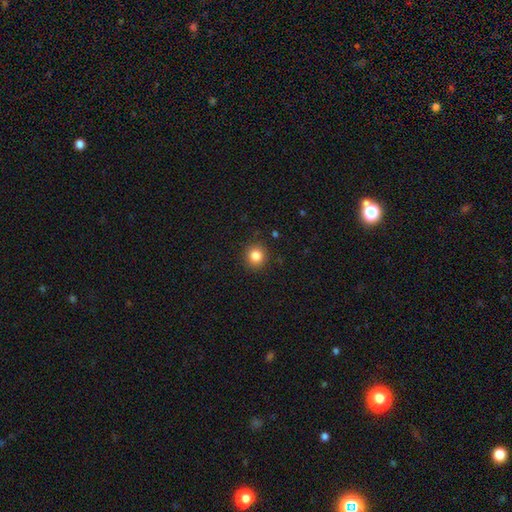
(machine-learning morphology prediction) smooth 84%, star or artifact 11%, featured or disk 5%. Down the decision tree: how rounded — round (91%); merging — none (90%).